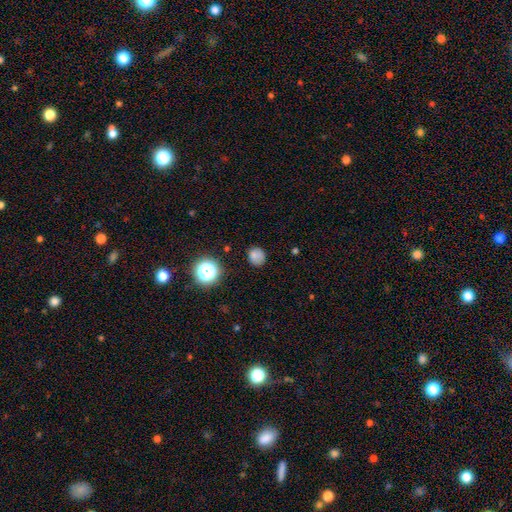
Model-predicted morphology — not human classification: type=smooth (75%); roundness=round (77%); merging=none (71%).